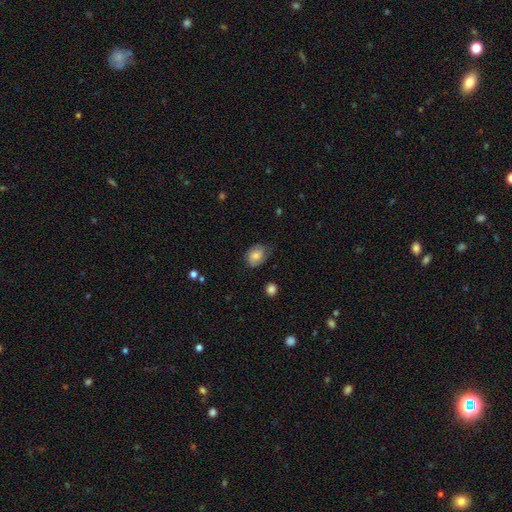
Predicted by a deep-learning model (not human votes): Overall: smooth (64%; featured or disk 28%). How rounded: in between (63%; round 36%). Merging: none (62%; minor disturbance 28%).